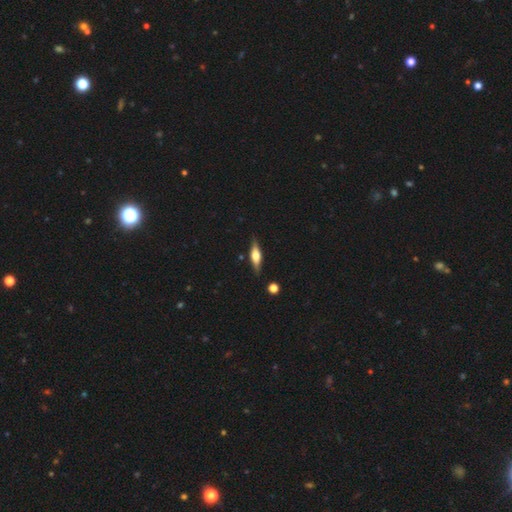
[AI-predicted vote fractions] smooth_or_featured: featured or disk (p=0.54) [alt: smooth p=0.40]
disk_edge_on: yes (p=0.93) [alt: no p=0.07]
merging: none (p=0.85) [alt: minor disturbance p=0.10]